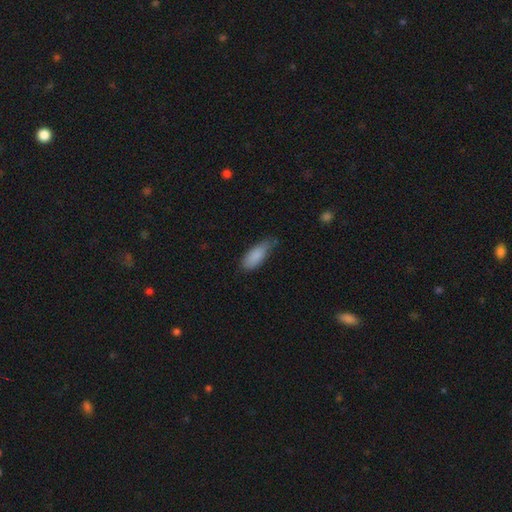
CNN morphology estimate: smooth-or-featured: smooth: 87% | featured or disk: 7% | star or artifact: 6%
  how-rounded: in between: 77% | cigar-shaped: 22% | round: 2%
  merging: none: 53% | minor disturbance: 38% | major disturbance: 6% | merger: 2%